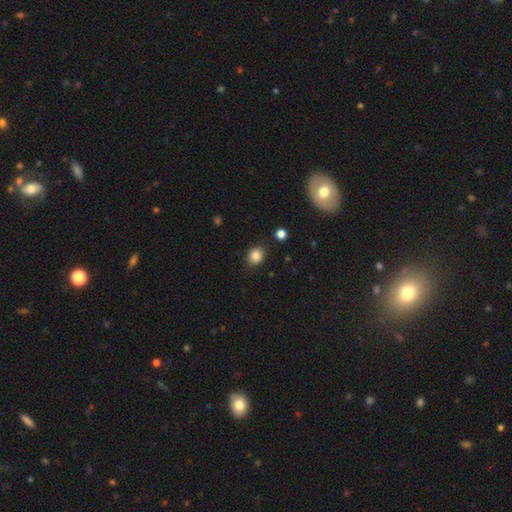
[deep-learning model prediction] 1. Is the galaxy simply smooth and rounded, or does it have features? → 85% smooth, 10% star or artifact, 5% featured or disk.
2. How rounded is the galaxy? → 58% round, 41% in between, 1% cigar-shaped.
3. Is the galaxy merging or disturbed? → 83% none, 12% minor disturbance, 3% major disturbance, 2% merger.